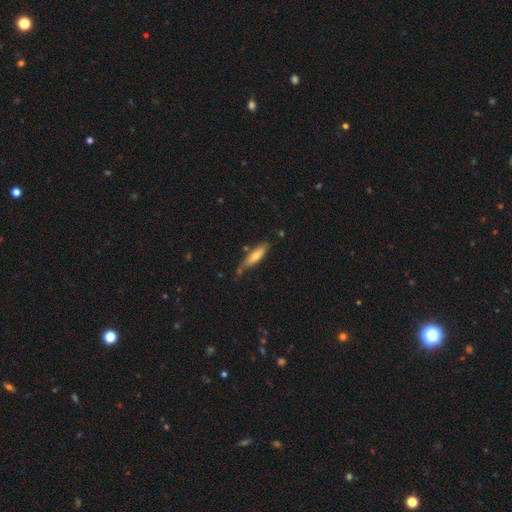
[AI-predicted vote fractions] A smooth galaxy with no disk features (65%) that is cigar-shaped (75%). Merging: none (63%).